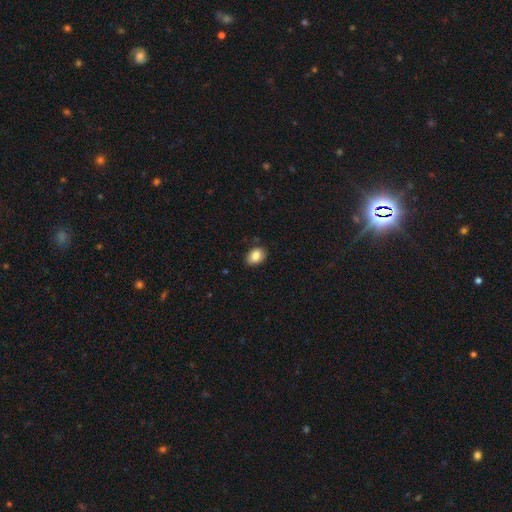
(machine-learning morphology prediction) This appears to be a smooth galaxy with no disk features (85%) that is in between round and cigar-shaped (74%). Merging: none (85%).